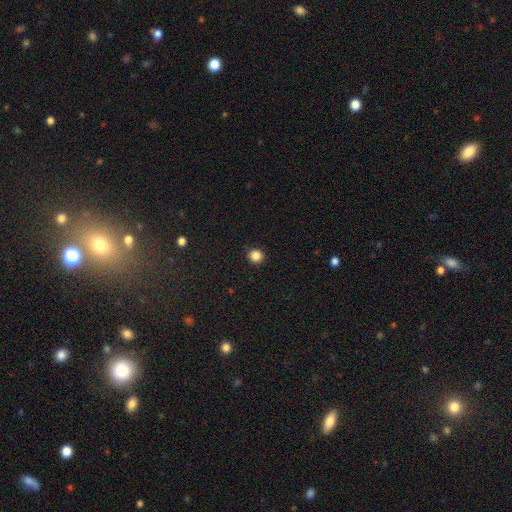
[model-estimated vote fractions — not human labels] Smooth or featured? smooth (85%)
How rounded? round (94%)
Merging? none (93%)